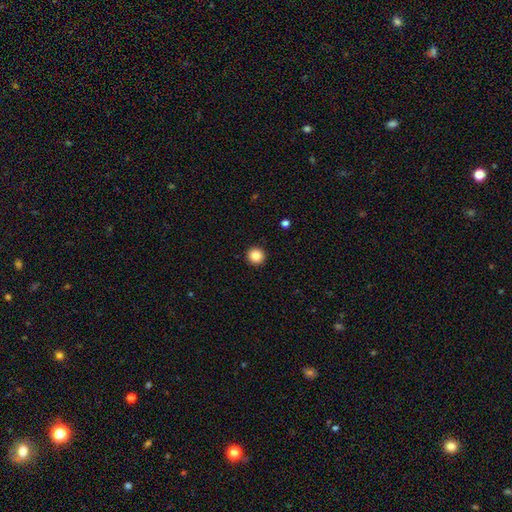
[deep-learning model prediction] Smooth or featured?
  - smooth: 84% *
  - star or artifact: 10%
  - featured or disk: 5%
How rounded?
  - round: 96% *
  - in between: 4%
  - cigar-shaped: 1%
Merging?
  - none: 93% *
  - minor disturbance: 4%
  - major disturbance: 1%
  - merger: 1%